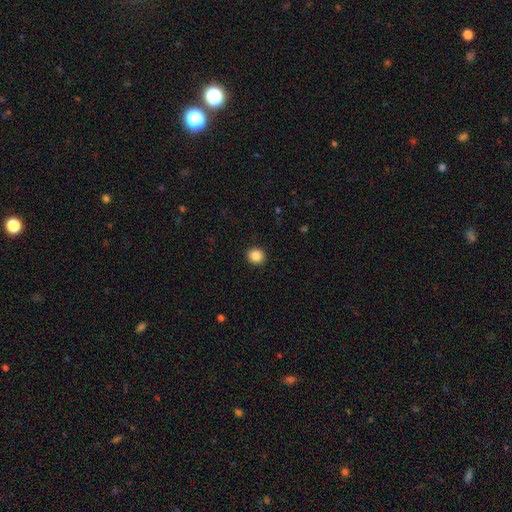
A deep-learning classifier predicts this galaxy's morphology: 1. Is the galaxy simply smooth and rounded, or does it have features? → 86% smooth, 10% star or artifact, 4% featured or disk.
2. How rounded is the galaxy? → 85% round, 14% in between, 1% cigar-shaped.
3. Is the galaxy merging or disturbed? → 93% none, 5% minor disturbance, 2% major disturbance, 1% merger.